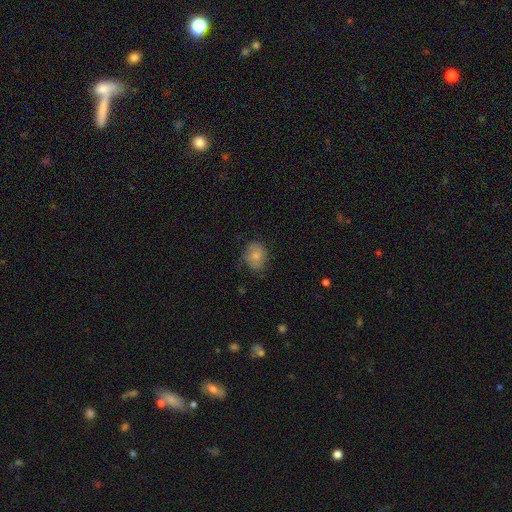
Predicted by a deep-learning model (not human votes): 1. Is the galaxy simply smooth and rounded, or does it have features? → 75% smooth, 17% featured or disk, 8% star or artifact.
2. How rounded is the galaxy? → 56% round, 43% in between, 1% cigar-shaped.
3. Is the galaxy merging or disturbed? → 69% none, 23% minor disturbance, 6% major disturbance, 1% merger.